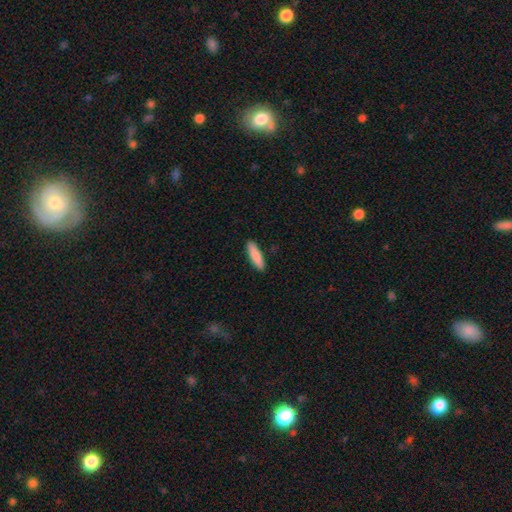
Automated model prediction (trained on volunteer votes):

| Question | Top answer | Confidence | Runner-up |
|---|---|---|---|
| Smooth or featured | smooth | 85% | featured or disk (10%) |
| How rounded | cigar-shaped | 70% | in between (29%) |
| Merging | none | 90% | minor disturbance (7%) |